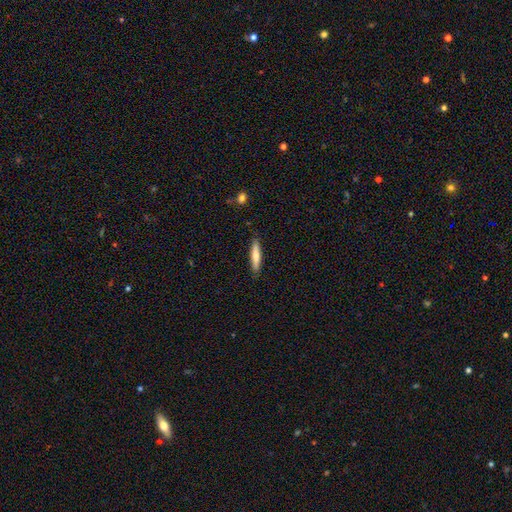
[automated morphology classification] Smooth or featured? Predicted: smooth (p=0.70). How rounded? Predicted: cigar-shaped (p=0.88). Merging? Predicted: none (p=0.88).